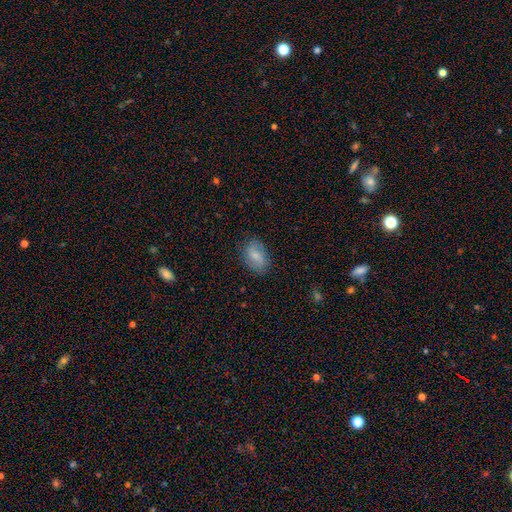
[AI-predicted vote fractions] The model was most divided on "smooth or featured": smooth: 68%, featured or disk: 24%, star or artifact: 8%. More confident: how rounded — in between (88%); merging — none (79%).